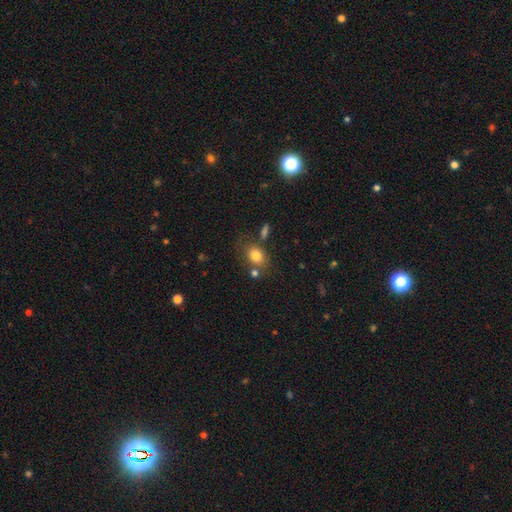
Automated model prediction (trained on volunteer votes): This appears to be a smooth galaxy with no disk features (80%) that is in between round and cigar-shaped (64%). Merging: none (64%).